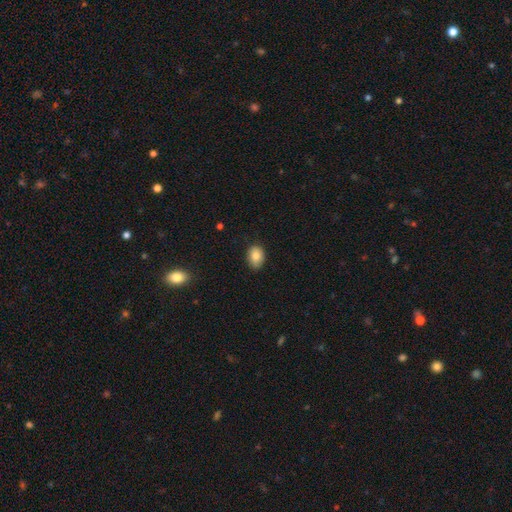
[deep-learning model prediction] smooth 84%, star or artifact 8%, featured or disk 7%. Down the decision tree: how rounded — in between (70%); merging — none (81%).